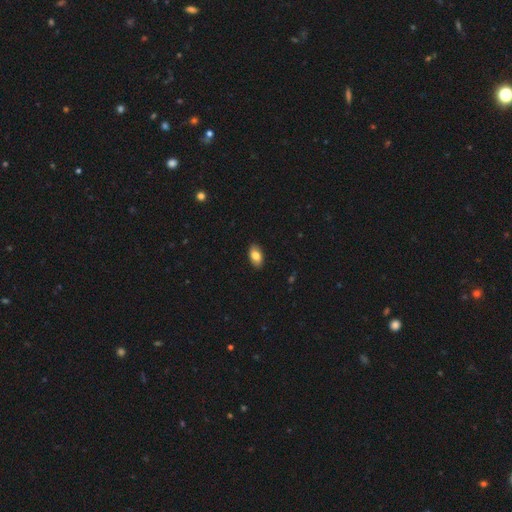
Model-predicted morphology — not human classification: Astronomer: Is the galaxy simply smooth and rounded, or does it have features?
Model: smooth — 82%.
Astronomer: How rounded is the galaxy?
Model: in between — 93%.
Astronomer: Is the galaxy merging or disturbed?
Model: none — 89%.